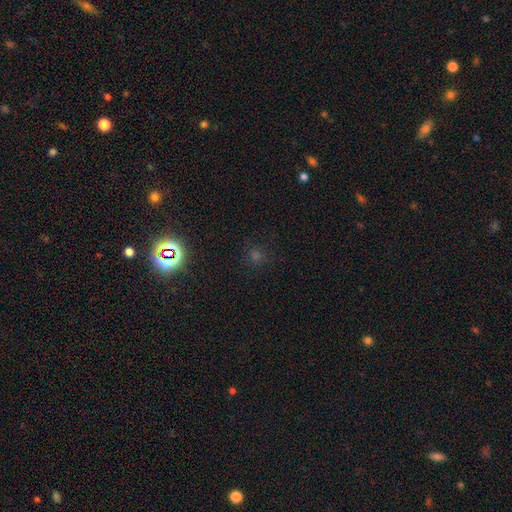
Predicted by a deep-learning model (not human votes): This appears to be a star or artifact, not a galaxy (55%).